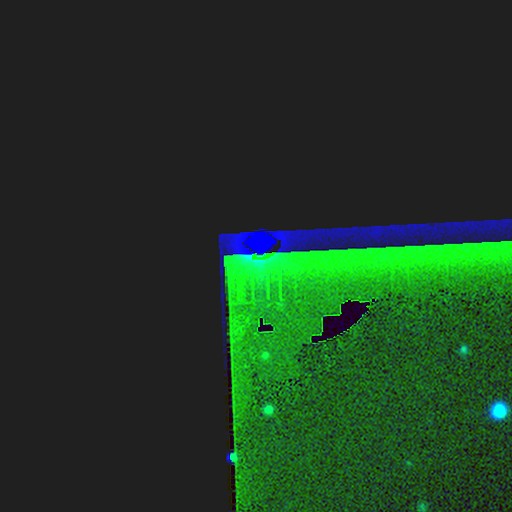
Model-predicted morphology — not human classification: type=star or artifact (87%).